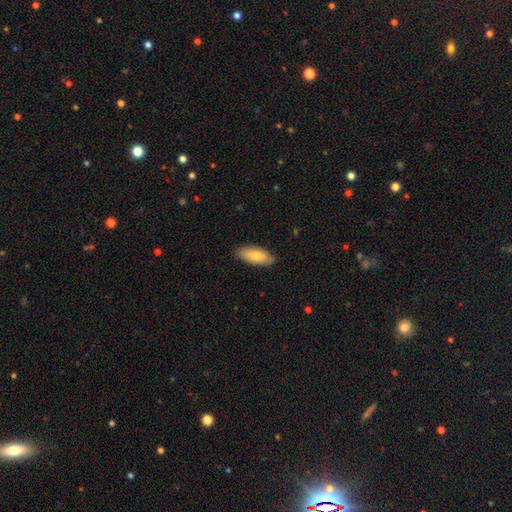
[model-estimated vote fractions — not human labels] The model was most divided on "smooth or featured": smooth: 76%, featured or disk: 18%, star or artifact: 6%. More confident: merging — none (87%); how rounded — in between (82%).